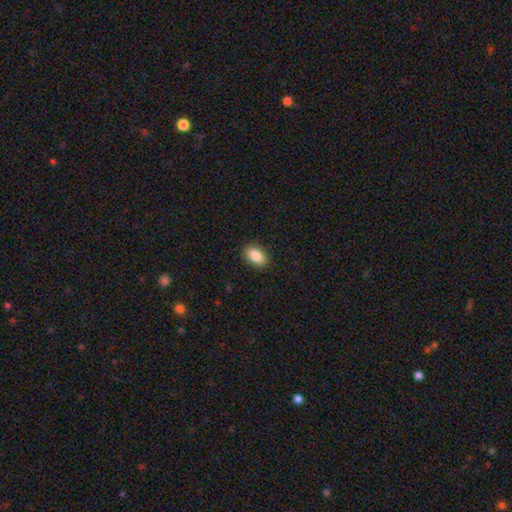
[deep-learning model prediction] Smooth or featured? Predicted: smooth (p=0.87). How rounded? Predicted: in between (p=0.89). Merging? Predicted: none (p=0.88).